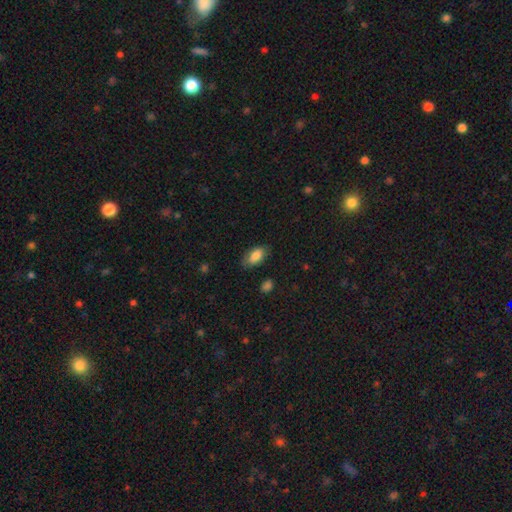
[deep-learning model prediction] smooth 84%, featured or disk 9%, star or artifact 7%. Down the decision tree: how rounded — in between (92%); merging — none (74%).